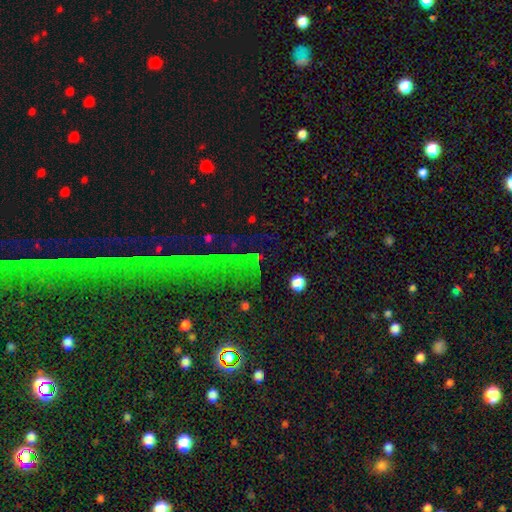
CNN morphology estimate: Smooth or featured? Predicted: star or artifact (p=0.61).